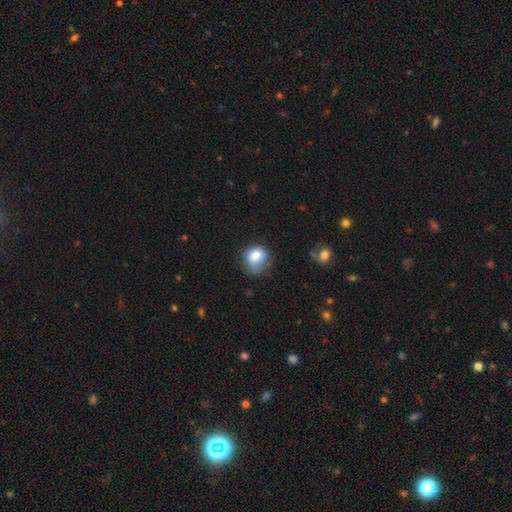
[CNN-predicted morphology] The model was most divided on "merging": none: 43%, minor disturbance: 34%, major disturbance: 19%, merger: 4%. More confident: smooth or featured — smooth (79%); how rounded — round (67%).